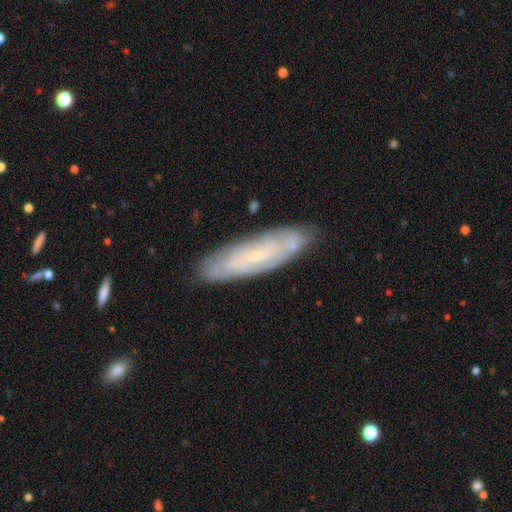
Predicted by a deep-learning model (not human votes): A featured or disk galaxy (64%).

Vote fractions:
- Smooth or featured? featured or disk: 64% / smooth: 29% / star or artifact: 7%
- Edge-on disk? no: 74% / yes: 26%
- Merging? none: 83% / minor disturbance: 13% / major disturbance: 3% / merger: 2%